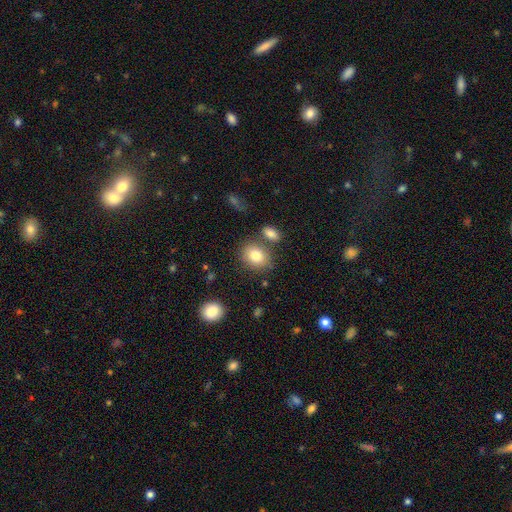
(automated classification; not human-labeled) Smooth or featured? smooth (81%)
How rounded? round (49%, tied with in between)
Merging? none (70%)